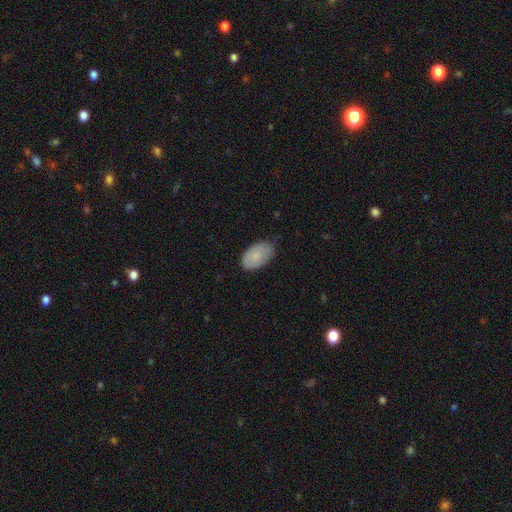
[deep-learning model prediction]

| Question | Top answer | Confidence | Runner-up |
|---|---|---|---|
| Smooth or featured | smooth | 82% | featured or disk (12%) |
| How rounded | in between | 94% | round (5%) |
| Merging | none | 72% | minor disturbance (24%) |